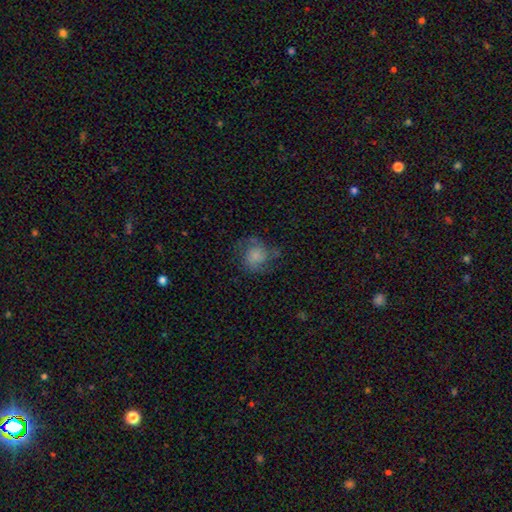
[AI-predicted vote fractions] This appears to be a smooth galaxy with no disk features (59%) that is round (76%). Merging: none (53%).